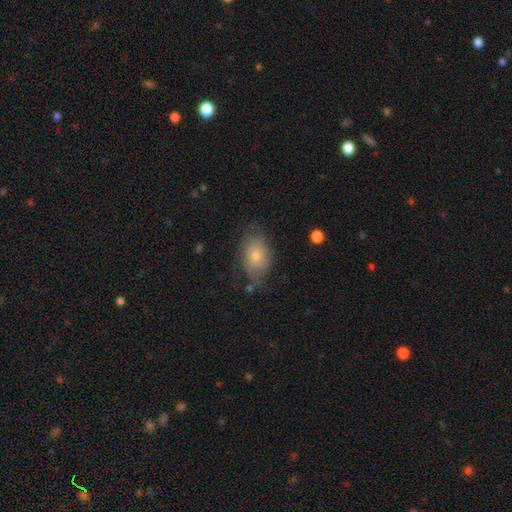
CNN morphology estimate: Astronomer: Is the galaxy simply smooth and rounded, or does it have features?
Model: smooth — 55% (runner-up: featured or disk, 35%).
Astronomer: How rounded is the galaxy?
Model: in between — 83%.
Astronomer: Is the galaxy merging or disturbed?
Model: none — 63%.